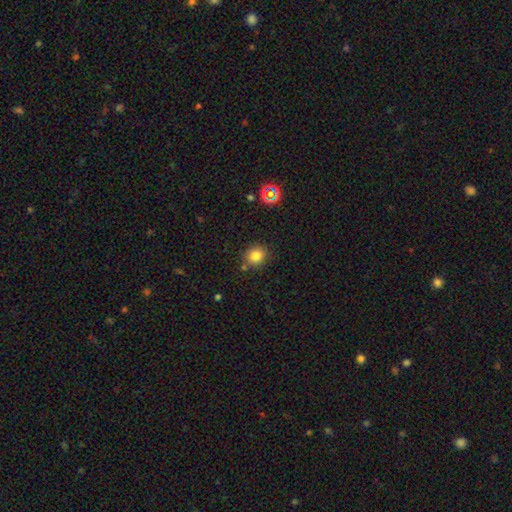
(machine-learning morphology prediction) Q: Smooth or featured?
A: smooth (80%); runner-up: star or artifact (13%)
Q: How rounded?
A: round (85%); runner-up: in between (14%)
Q: Merging?
A: none (81%); runner-up: minor disturbance (11%)